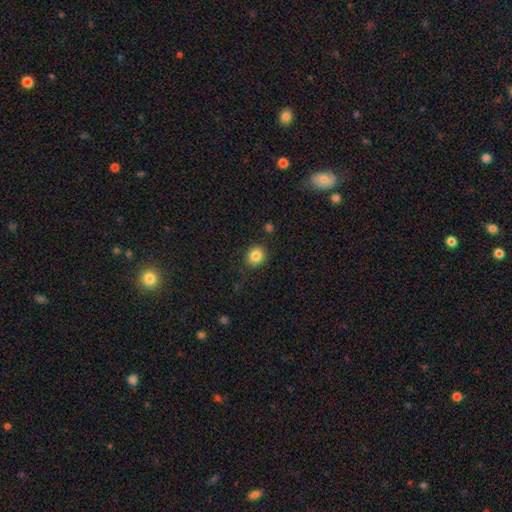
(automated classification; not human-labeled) Smooth or featured: smooth — 85% (star or artifact — 10%)
How rounded: round — 83% (in between — 16%)
Merging: none — 89% (minor disturbance — 7%)